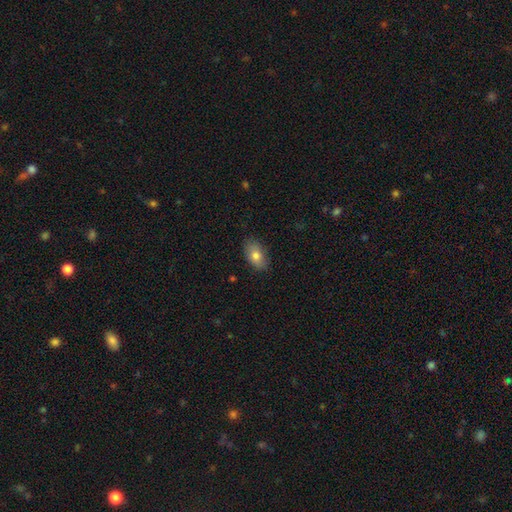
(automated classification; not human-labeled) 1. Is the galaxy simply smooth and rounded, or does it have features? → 79% smooth, 14% featured or disk, 8% star or artifact.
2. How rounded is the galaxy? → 90% in between, 8% round, 2% cigar-shaped.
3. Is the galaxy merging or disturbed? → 82% none, 15% minor disturbance, 3% major disturbance, 1% merger.